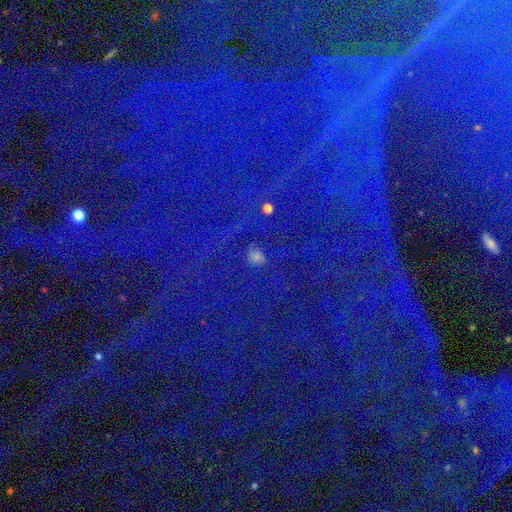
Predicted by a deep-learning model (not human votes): The model was most divided on "smooth or featured": star or artifact: 85%, smooth: 8%, featured or disk: 7%.